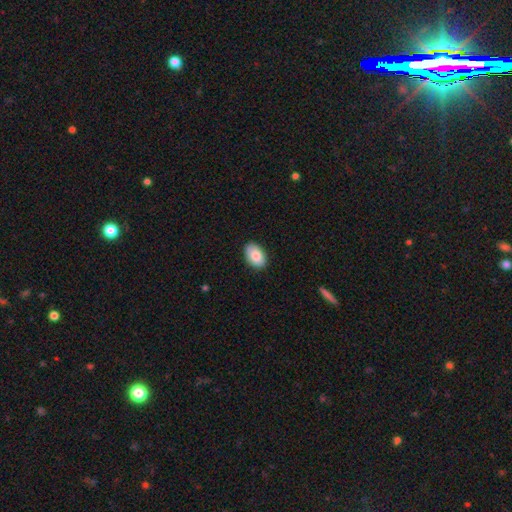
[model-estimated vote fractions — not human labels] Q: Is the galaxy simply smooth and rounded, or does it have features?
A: smooth — 86%.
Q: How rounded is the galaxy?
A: in between — 90%.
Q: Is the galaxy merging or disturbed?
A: none — 87%.